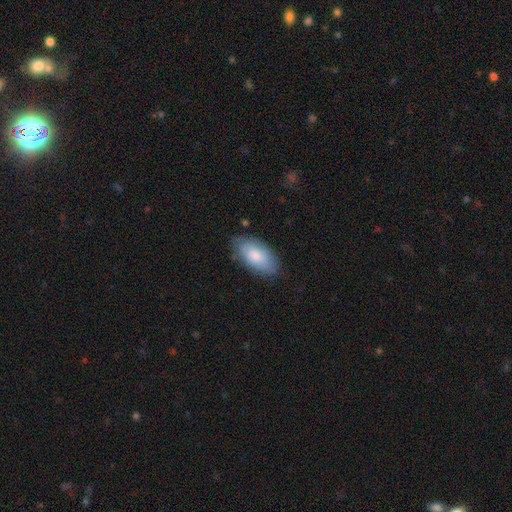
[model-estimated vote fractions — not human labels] Smooth or featured?
  - smooth: 78% *
  - featured or disk: 16%
  - star or artifact: 6%
How rounded?
  - in between: 94% *
  - cigar-shaped: 4%
  - round: 3%
Merging?
  - none: 75% *
  - minor disturbance: 20%
  - major disturbance: 4%
  - merger: 1%